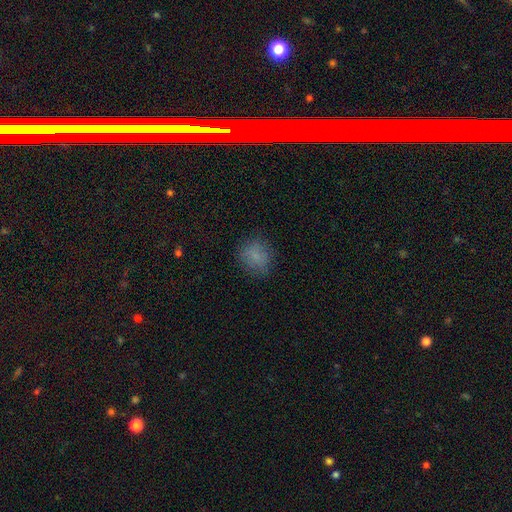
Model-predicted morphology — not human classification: This is clearly a smooth galaxy (81%). How rounded: clearly round (80%). Merging: clearly none (81%).